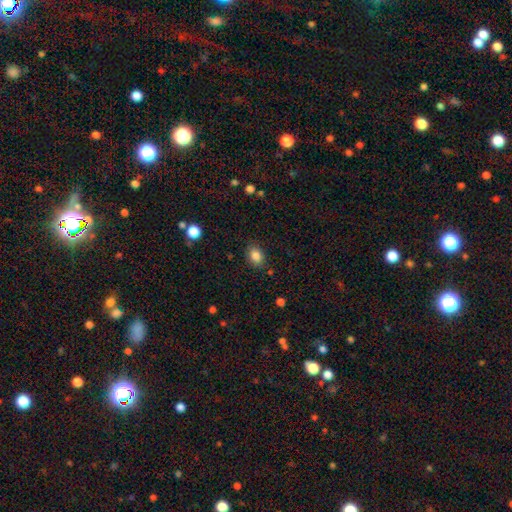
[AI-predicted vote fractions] A smooth galaxy with no disk features (85%) that is in between round and cigar-shaped (66%).

Vote fractions:
- Smooth or featured? smooth: 85% / star or artifact: 10% / featured or disk: 6%
- How rounded? in between: 66% / round: 33% / cigar-shaped: 1%
- Merging? none: 84% / minor disturbance: 11% / major disturbance: 3% / merger: 2%